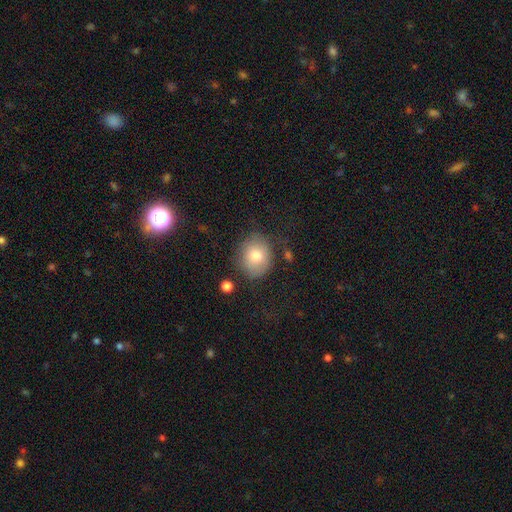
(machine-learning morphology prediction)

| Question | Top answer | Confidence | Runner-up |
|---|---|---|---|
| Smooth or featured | smooth | 78% | featured or disk (13%) |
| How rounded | round | 64% | in between (35%) |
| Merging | none | 71% | minor disturbance (19%) |